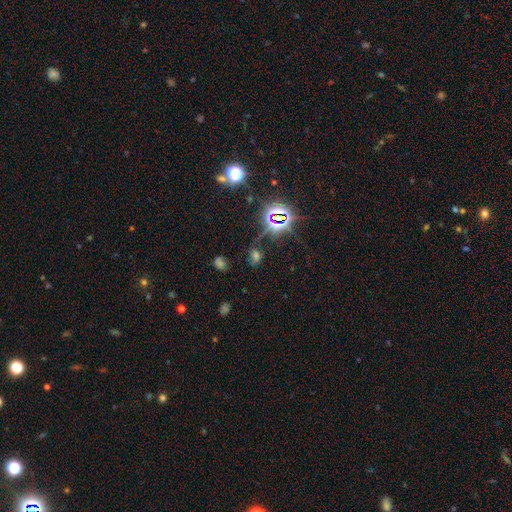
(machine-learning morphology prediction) This appears to be a star or artifact, not a galaxy (63%).